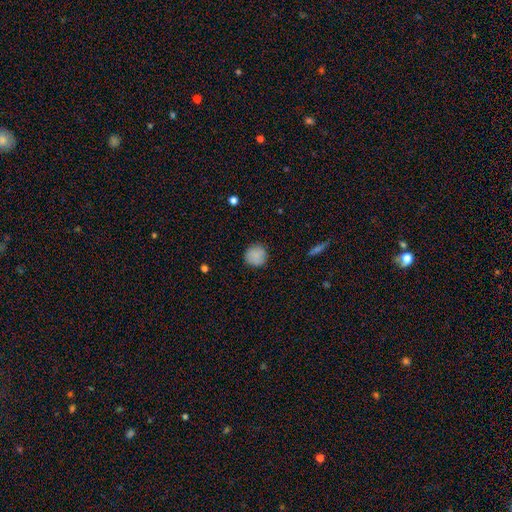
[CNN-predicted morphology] Smooth or featured? smooth (87%)
How rounded? round (92%)
Merging? none (87%)